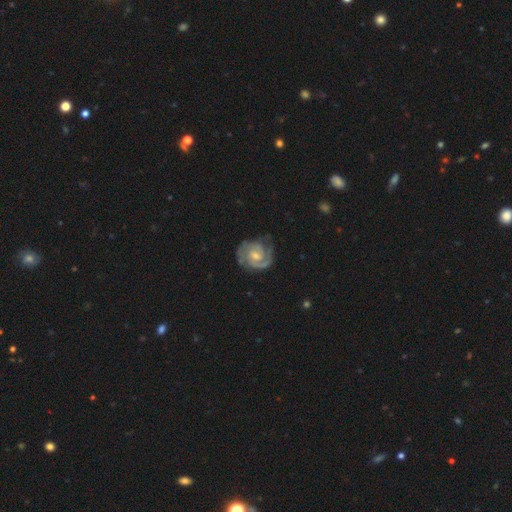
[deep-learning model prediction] Smooth or featured? Predicted: featured or disk (p=0.87). Edge-on disk? Predicted: no (p=0.98). Bar? Predicted: no (p=0.54). Spiral arms? Predicted: yes (p=0.97). Spiral winding? Predicted: tight (p=0.57). Spiral arm count? Predicted: 2 (p=0.72). Bulge size? Predicted: small (p=0.50). Merging? Predicted: none (p=0.72).